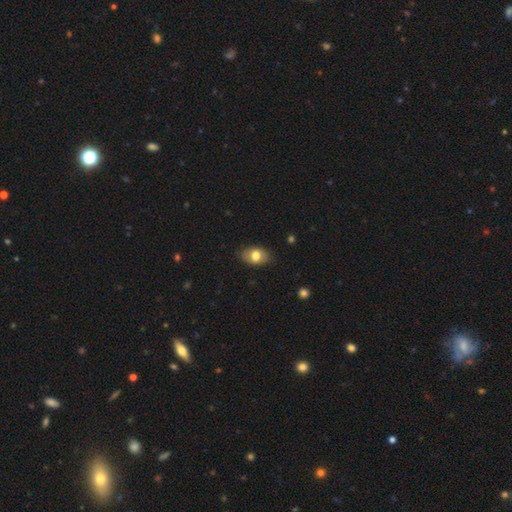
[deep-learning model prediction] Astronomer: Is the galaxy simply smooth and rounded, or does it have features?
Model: smooth — 77%.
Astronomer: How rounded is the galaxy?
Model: in between — 82%.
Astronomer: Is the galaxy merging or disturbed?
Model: none — 82%.